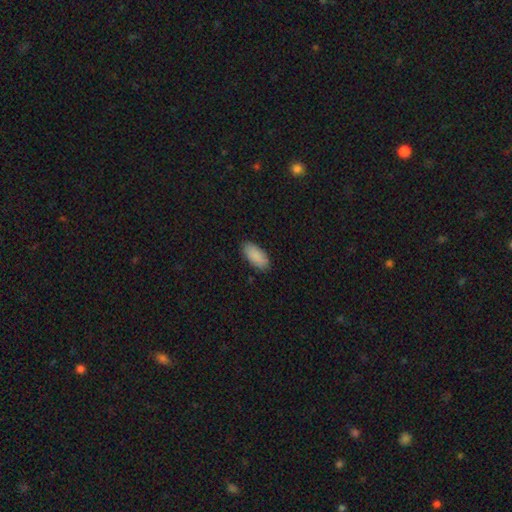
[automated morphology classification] This appears to be a smooth galaxy with no disk features (88%) that is in between round and cigar-shaped (90%). Merging: none (85%).